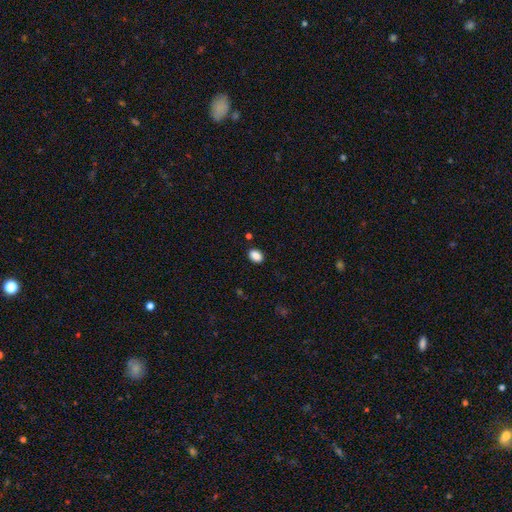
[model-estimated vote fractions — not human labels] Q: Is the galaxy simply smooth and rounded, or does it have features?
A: smooth — 88%.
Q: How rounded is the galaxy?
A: in between — 76%.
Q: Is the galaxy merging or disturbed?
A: none — 87%.